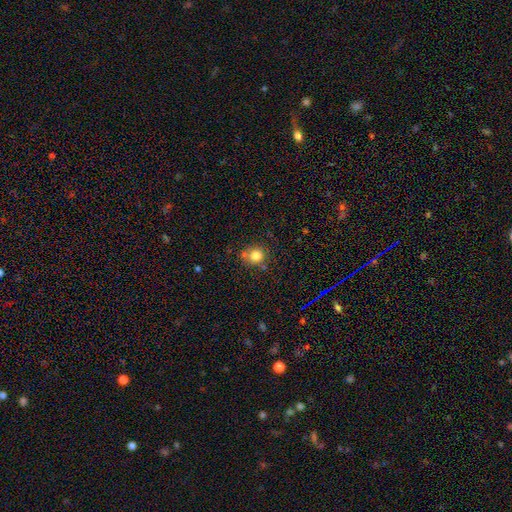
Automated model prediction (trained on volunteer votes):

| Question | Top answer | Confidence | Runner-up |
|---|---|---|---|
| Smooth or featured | smooth | 80% | star or artifact (12%) |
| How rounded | round | 86% | in between (13%) |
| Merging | none | 69% | minor disturbance (14%) |